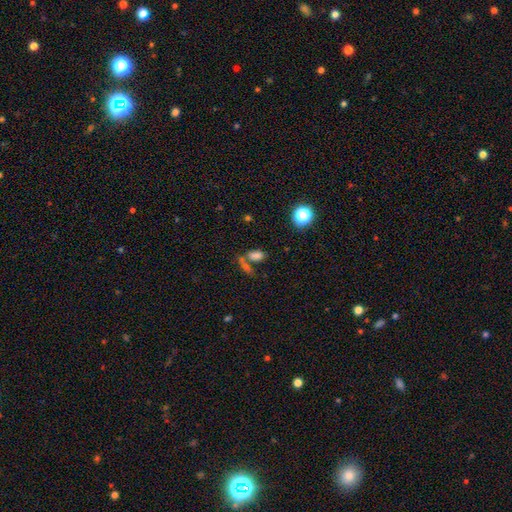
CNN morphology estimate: This is likely a smooth galaxy (74%). How rounded: likely in between (77%). Merging: possibly none (50%).